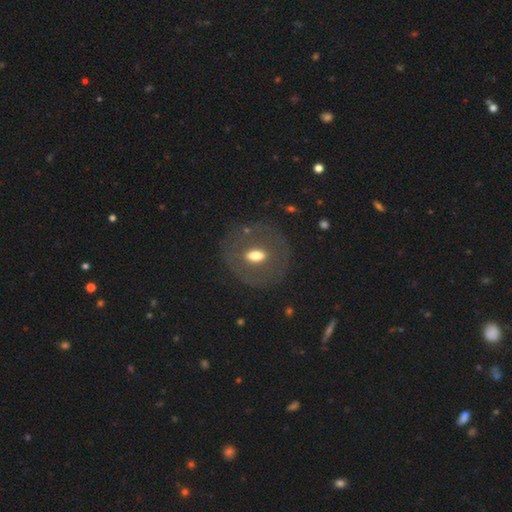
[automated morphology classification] This is possibly a featured or disk galaxy (48%). Merging: likely none (76%).